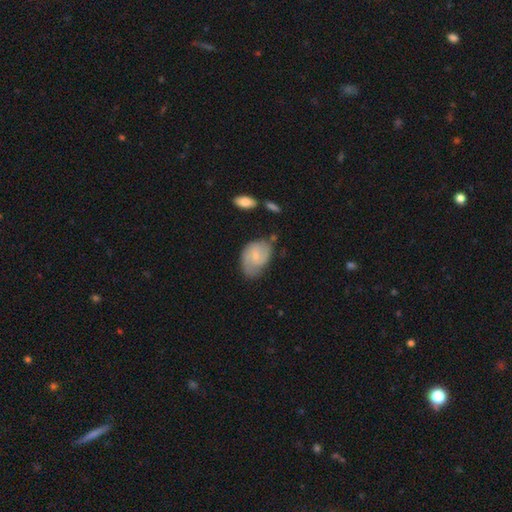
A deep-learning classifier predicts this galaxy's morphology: A featured or disk galaxy (50%). Merging: none (54%).